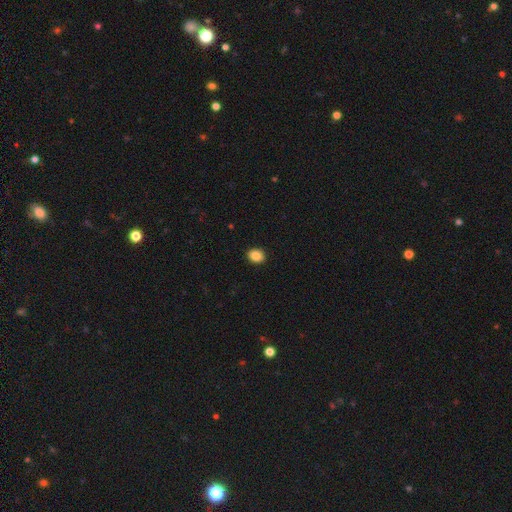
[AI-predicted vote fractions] Smooth or featured? smooth (87%)
How rounded? round (55%)
Merging? none (91%)